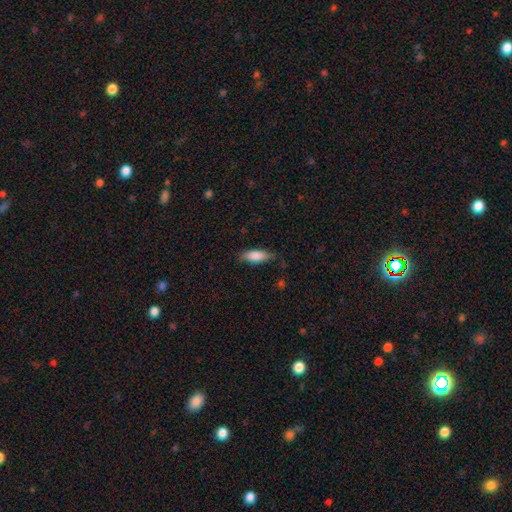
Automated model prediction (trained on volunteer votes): smooth-or-featured: smooth: 84% | featured or disk: 10% | star or artifact: 6%
  how-rounded: in between: 69% | cigar-shaped: 29% | round: 2%
  merging: none: 77% | minor disturbance: 18% | major disturbance: 3% | merger: 1%